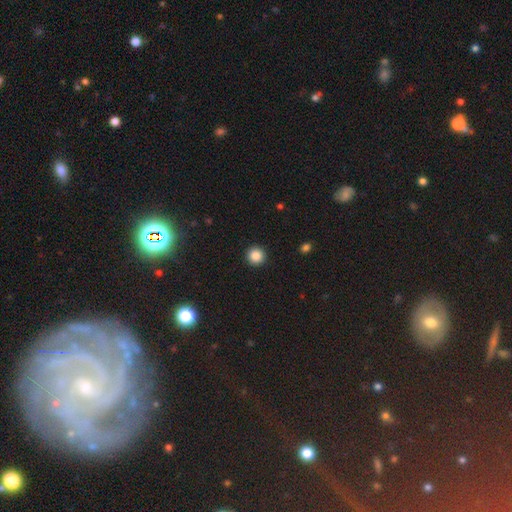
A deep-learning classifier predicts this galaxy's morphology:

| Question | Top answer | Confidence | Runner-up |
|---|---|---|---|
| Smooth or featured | smooth | 87% | star or artifact (10%) |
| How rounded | round | 95% | in between (4%) |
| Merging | none | 93% | minor disturbance (4%) |